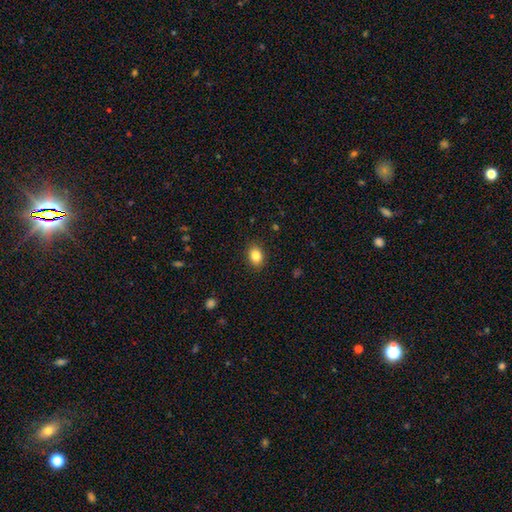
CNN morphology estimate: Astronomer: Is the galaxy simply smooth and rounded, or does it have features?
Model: smooth — 85%.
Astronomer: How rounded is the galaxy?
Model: in between — 63%.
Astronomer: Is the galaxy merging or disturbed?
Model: none — 89%.